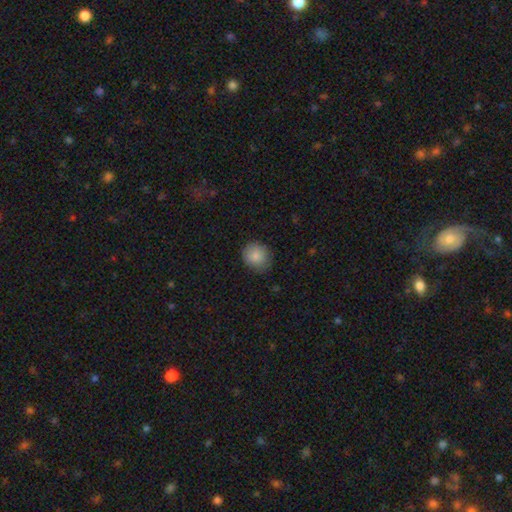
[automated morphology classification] Overall: smooth (86%). How rounded: round (81%). Merging: none (80%).